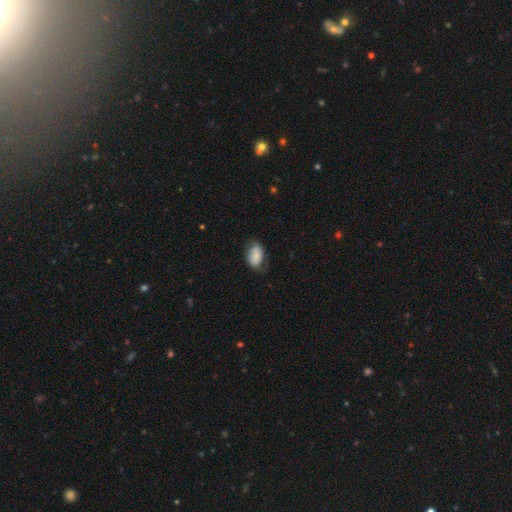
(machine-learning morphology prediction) This is likely a smooth galaxy (79%). How rounded: clearly in between (90%). Merging: likely none (64%).